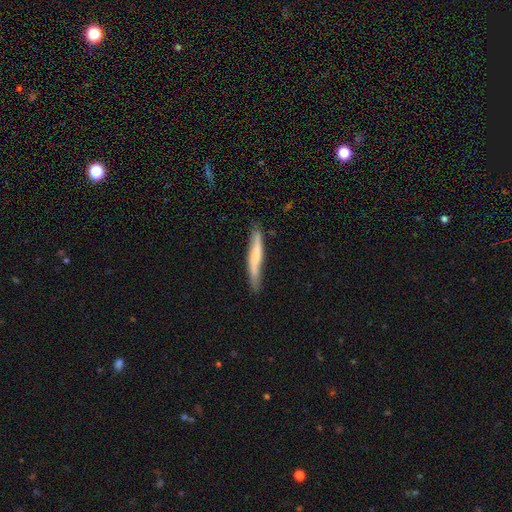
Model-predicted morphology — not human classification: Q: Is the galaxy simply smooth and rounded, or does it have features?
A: smooth — 57%.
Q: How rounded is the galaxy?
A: cigar-shaped — 93%.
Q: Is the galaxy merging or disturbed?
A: none — 75%.